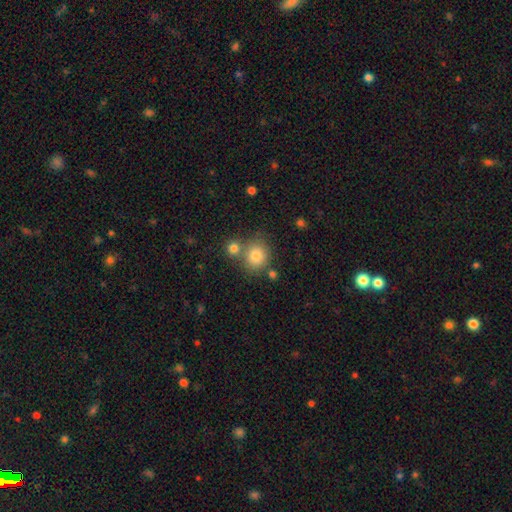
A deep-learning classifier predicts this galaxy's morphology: This appears to be a smooth galaxy with no disk features (80%) that is round (83%). Merging: none (63%).